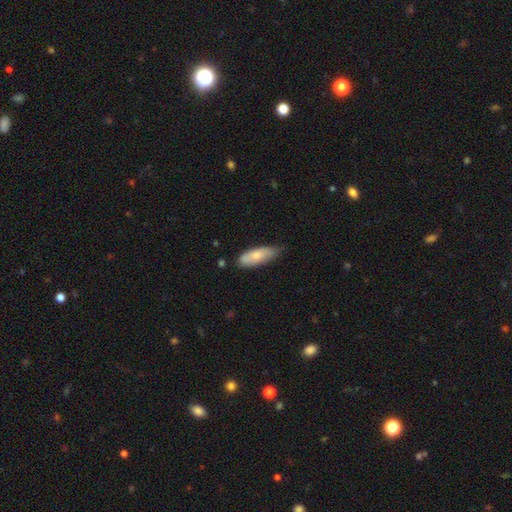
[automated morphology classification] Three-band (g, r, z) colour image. It shows a smooth galaxy with no disk features (73%) that is in between round and cigar-shaped (69%). Merging: none (60%).